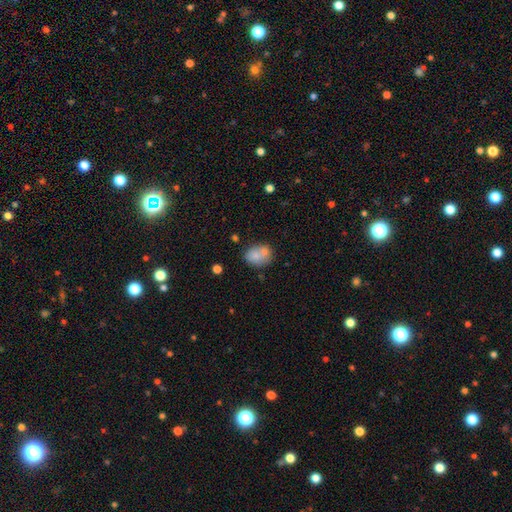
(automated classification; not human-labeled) smooth 77%, featured or disk 14%, star or artifact 9%. Down the decision tree: how rounded — in between (61%); merging — none (44%).